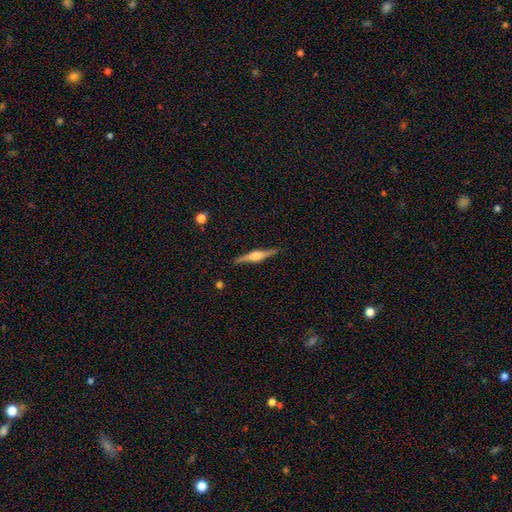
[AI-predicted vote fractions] Overall: featured or disk (76%). Edge-on disk: yes (98%). Edge-on bulge: rounded (84%). Merging: none (90%).